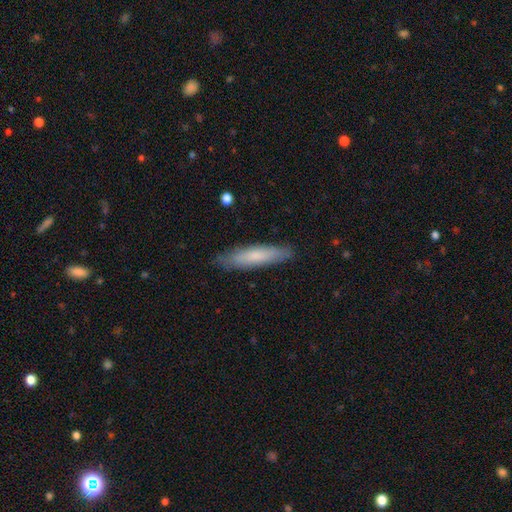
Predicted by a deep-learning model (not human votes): Smooth or featured?
  - smooth: 71% *
  - featured or disk: 23%
  - star or artifact: 6%
How rounded?
  - cigar-shaped: 80% *
  - in between: 19%
  - round: 1%
Merging?
  - none: 85% *
  - minor disturbance: 12%
  - major disturbance: 2%
  - merger: 1%